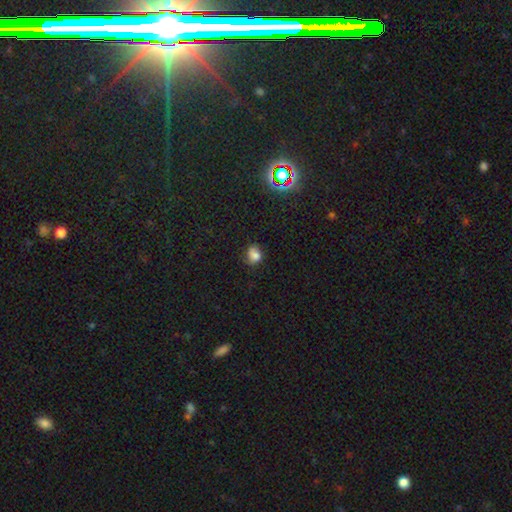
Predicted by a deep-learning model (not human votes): Q: Smooth or featured?
A: smooth (73%); runner-up: star or artifact (15%)
Q: How rounded?
A: round (57%); runner-up: in between (42%)
Q: Merging?
A: none (57%); runner-up: minor disturbance (29%)